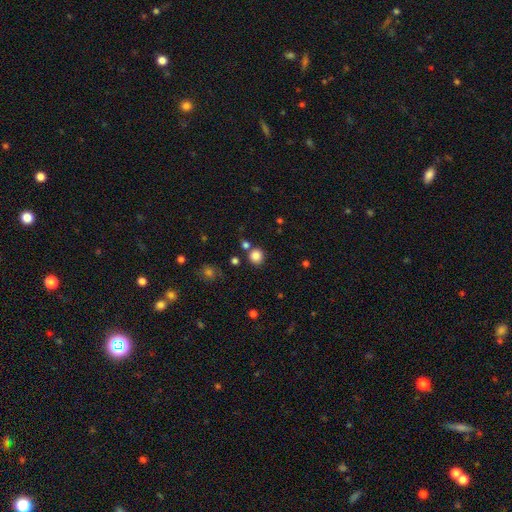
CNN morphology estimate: This appears to be a smooth galaxy with no disk features (84%) that is round (90%). Merging: none (78%).